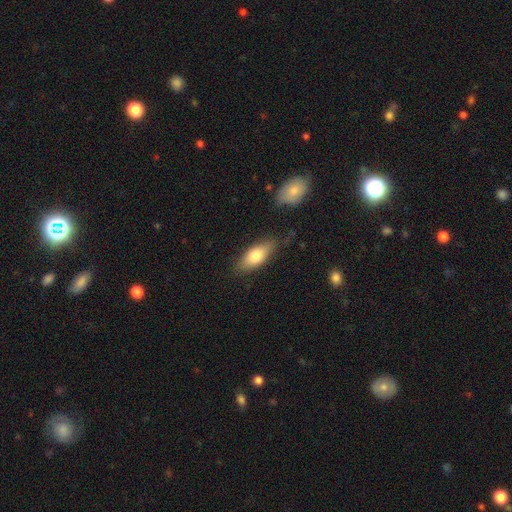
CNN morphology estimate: smooth-or-featured: smooth: 73% | featured or disk: 20% | star or artifact: 7%
  how-rounded: in between: 79% | cigar-shaped: 18% | round: 4%
  merging: none: 73% | minor disturbance: 19% | major disturbance: 5% | merger: 3%